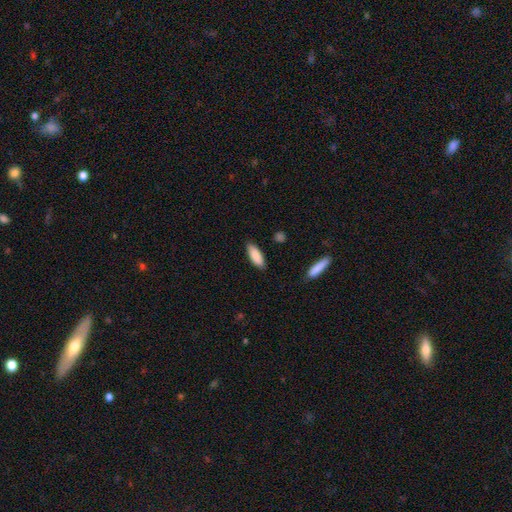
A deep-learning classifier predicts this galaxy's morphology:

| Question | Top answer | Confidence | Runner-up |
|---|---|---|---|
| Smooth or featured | smooth | 88% | featured or disk (7%) |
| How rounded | in between | 62% | cigar-shaped (36%) |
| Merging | none | 86% | minor disturbance (10%) |